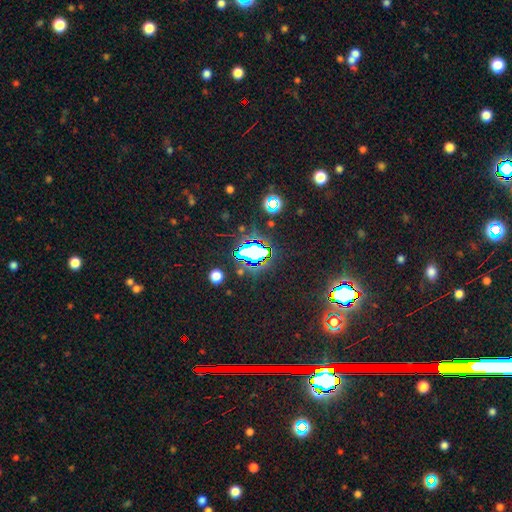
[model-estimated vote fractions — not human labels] Smooth or featured?
  - star or artifact: 71% *
  - smooth: 19%
  - featured or disk: 10%